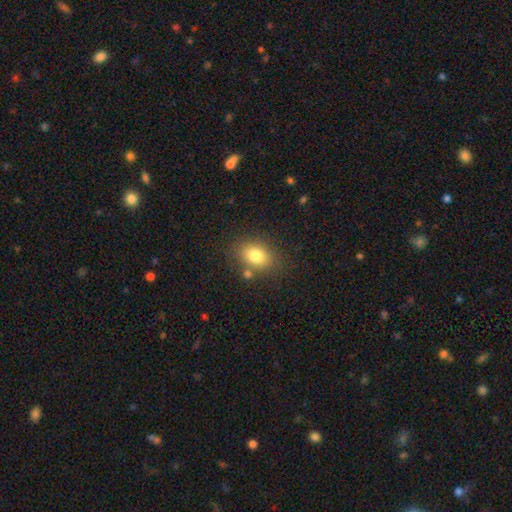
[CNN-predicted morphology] This appears to be a smooth galaxy with no disk features (79%) that is in between round and cigar-shaped (74%). Merging: none (73%).